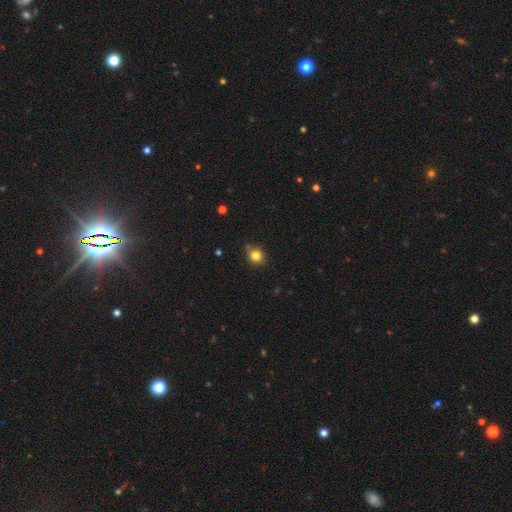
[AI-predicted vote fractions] Overall: smooth (82%). How rounded: round (78%). Merging: none (79%).